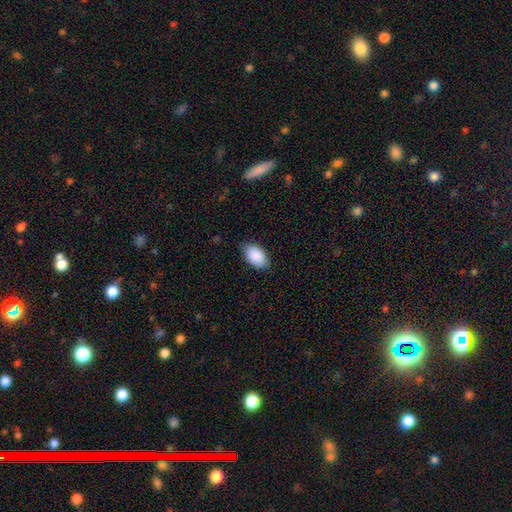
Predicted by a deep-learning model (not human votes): The model was most divided on "merging": none: 82%, minor disturbance: 14%, major disturbance: 2%, merger: 1%. More confident: how rounded — in between (94%); smooth or featured — smooth (90%).